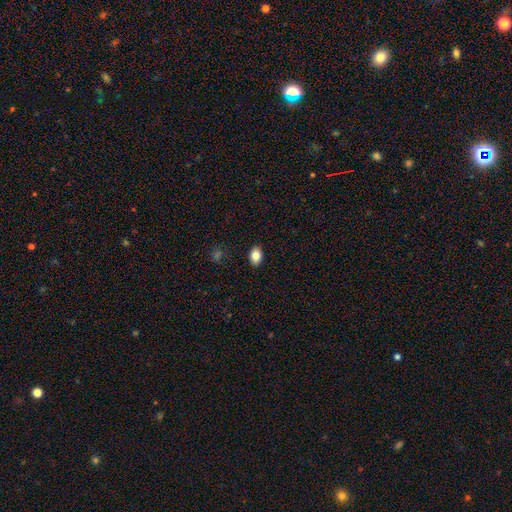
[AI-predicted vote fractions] This appears to be a smooth galaxy with no disk features (83%) that is in between round and cigar-shaped (83%). Merging: none (89%).